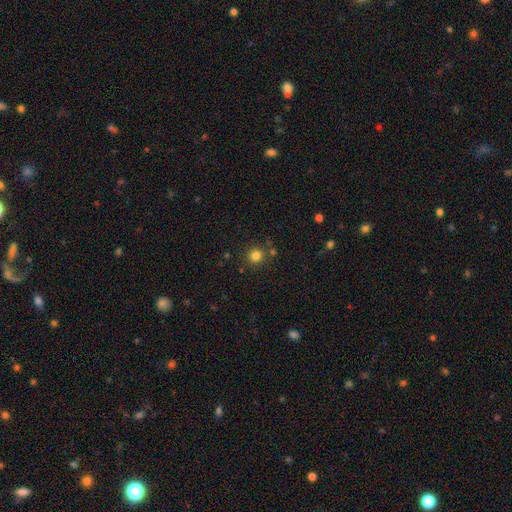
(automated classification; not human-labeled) smooth-or-featured: smooth: 81% | star or artifact: 14% | featured or disk: 5%
  how-rounded: round: 94% | in between: 5% | cigar-shaped: 1%
  merging: none: 83% | minor disturbance: 8% | merger: 7% | major disturbance: 3%